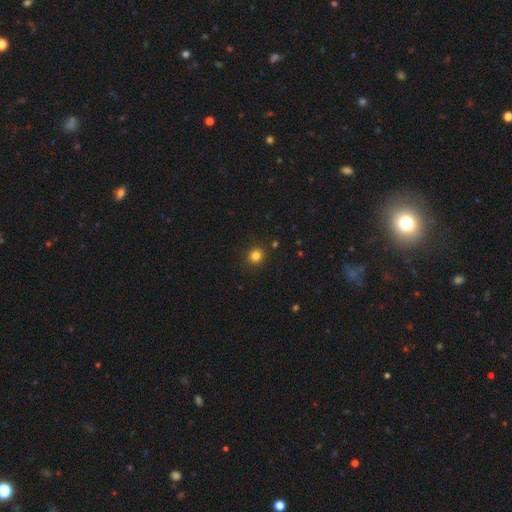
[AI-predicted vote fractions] The model was most divided on "smooth or featured": smooth: 83%, star or artifact: 13%, featured or disk: 4%. More confident: merging — none (91%); how rounded — round (89%).